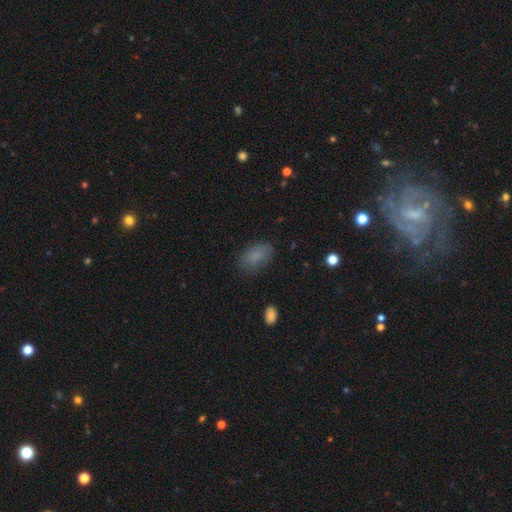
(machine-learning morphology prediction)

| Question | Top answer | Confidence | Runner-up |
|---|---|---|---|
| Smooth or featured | smooth | 82% | star or artifact (10%) |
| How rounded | in between | 90% | round (8%) |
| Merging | none | 77% | minor disturbance (16%) |